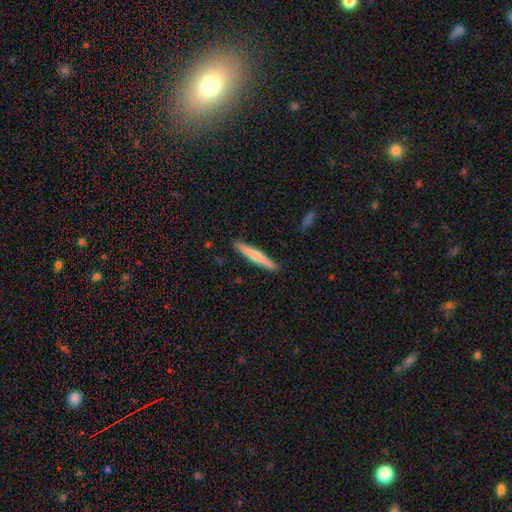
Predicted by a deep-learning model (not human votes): Smooth or featured? Predicted: smooth (p=0.60). How rounded? Predicted: cigar-shaped (p=0.95). Merging? Predicted: none (p=0.91).